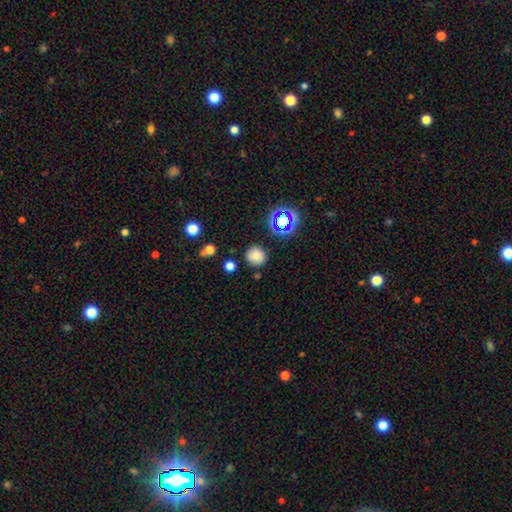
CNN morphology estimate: Smooth or featured? smooth (76%)
How rounded? round (88%)
Merging? none (81%)